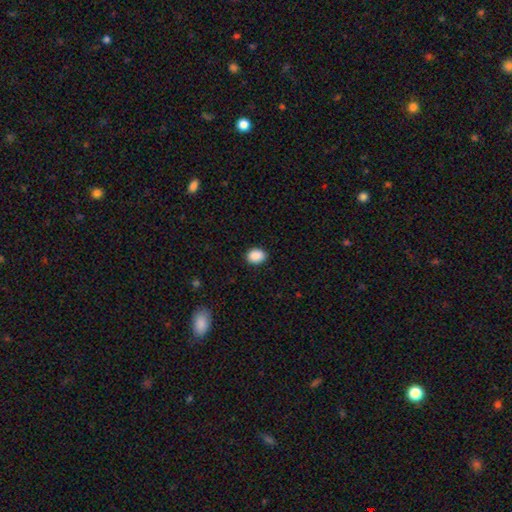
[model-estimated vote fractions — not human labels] This appears to be a smooth galaxy with no disk features (89%) that is in between round and cigar-shaped (55%). Merging: none (88%).